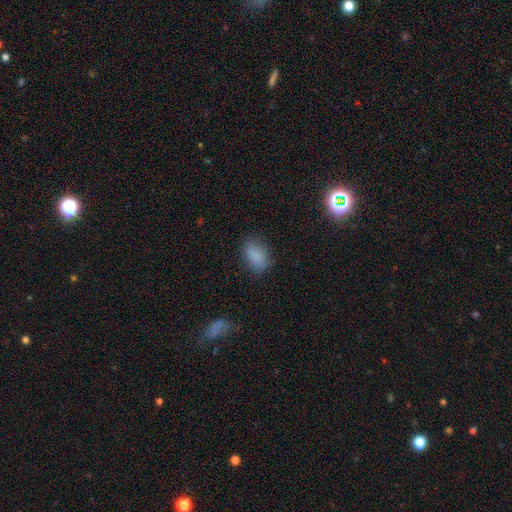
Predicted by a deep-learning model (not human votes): This appears to be a smooth galaxy with no disk features (84%) that is in between round and cigar-shaped (87%). Merging: none (74%).